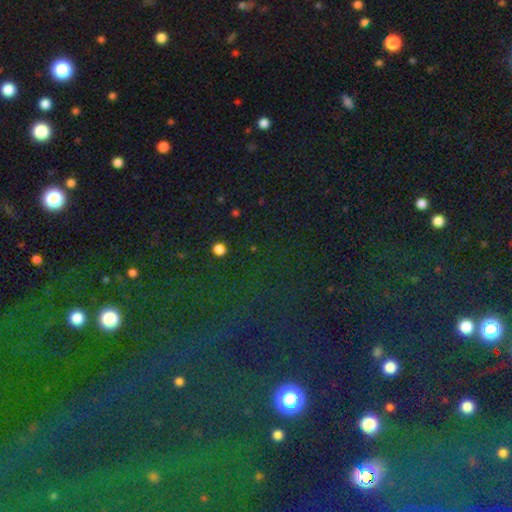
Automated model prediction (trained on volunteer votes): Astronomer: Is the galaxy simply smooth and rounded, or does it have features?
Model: star or artifact — 76%.